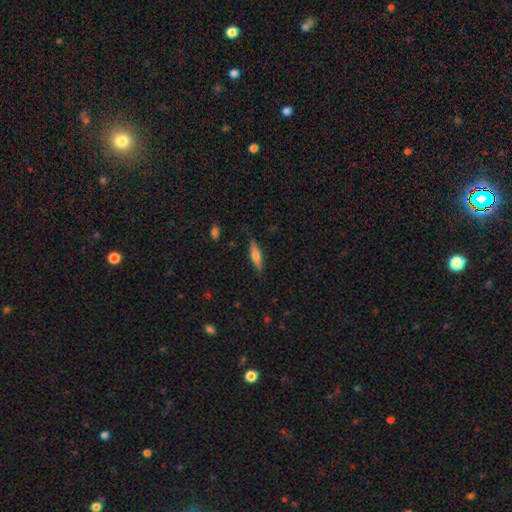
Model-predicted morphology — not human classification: This appears to be a smooth galaxy with no disk features (54%) that is cigar-shaped (79%). Merging: none (82%).